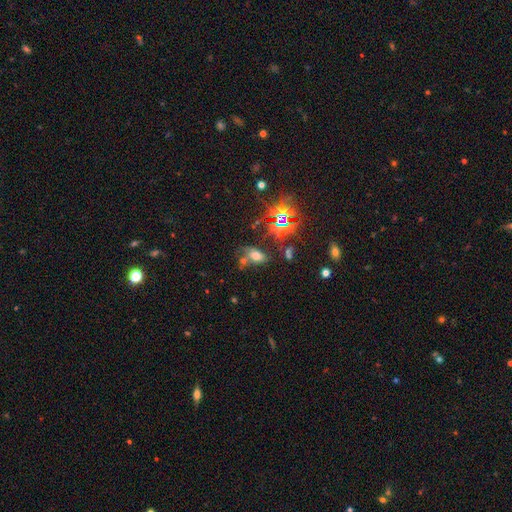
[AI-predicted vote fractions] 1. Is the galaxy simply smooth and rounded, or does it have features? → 53% smooth, 33% star or artifact, 15% featured or disk.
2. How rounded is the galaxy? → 82% in between, 15% round, 3% cigar-shaped.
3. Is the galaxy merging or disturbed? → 51% none, 23% merger, 16% minor disturbance, 10% major disturbance.